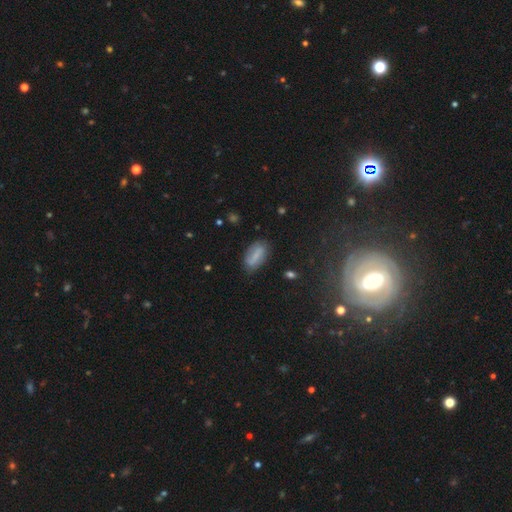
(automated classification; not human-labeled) smooth 65%, featured or disk 26%, star or artifact 9%. Down the decision tree: how rounded — in between (86%); merging — none (75%).